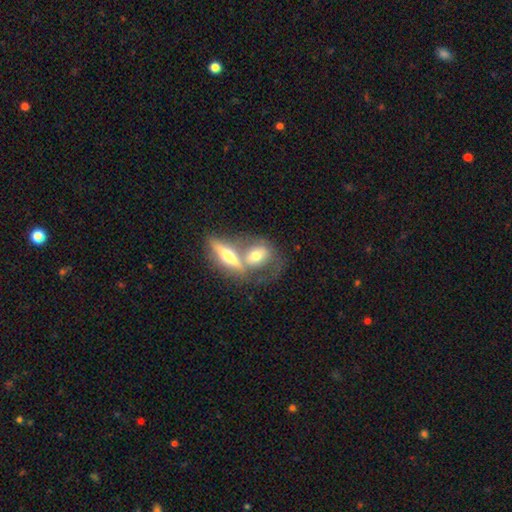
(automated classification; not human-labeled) smooth-or-featured: smooth: 47% | featured or disk: 46% | star or artifact: 7%
  merging: merger: 54% | none: 31% | minor disturbance: 9% | major disturbance: 5%